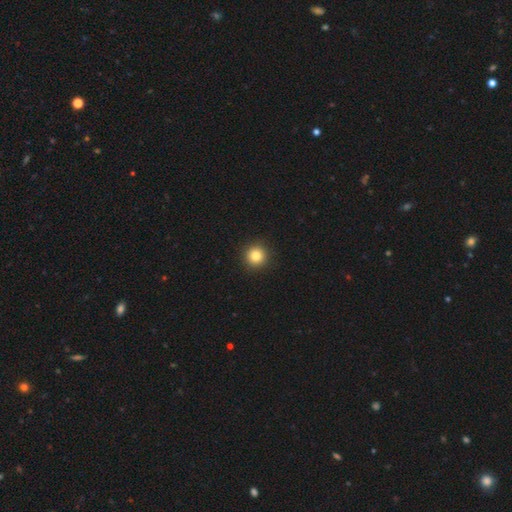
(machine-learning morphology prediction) A smooth galaxy with no disk features (82%) that is round (95%).

Vote fractions:
- Smooth or featured? smooth: 82% / star or artifact: 11% / featured or disk: 6%
- How rounded? round: 95% / in between: 4% / cigar-shaped: 1%
- Merging? none: 93% / minor disturbance: 4% / major disturbance: 2% / merger: 1%